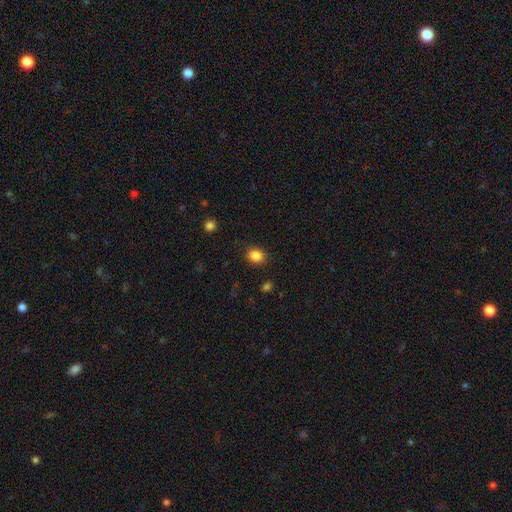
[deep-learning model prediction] Overall: smooth (85%). How rounded: round (65%; in between 34%). Merging: none (87%).